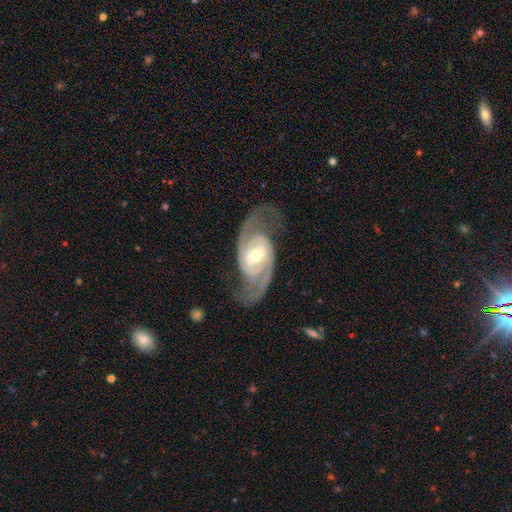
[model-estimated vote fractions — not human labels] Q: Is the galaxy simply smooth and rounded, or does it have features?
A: featured or disk — 92%.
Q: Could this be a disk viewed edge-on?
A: no — 97%.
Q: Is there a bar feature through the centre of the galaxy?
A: weak — 44%.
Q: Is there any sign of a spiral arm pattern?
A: yes — 98%.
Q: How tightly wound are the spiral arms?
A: medium — 55%.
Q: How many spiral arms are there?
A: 2 — 93%.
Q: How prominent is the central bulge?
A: moderate — 58%.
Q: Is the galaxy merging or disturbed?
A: none — 78%.